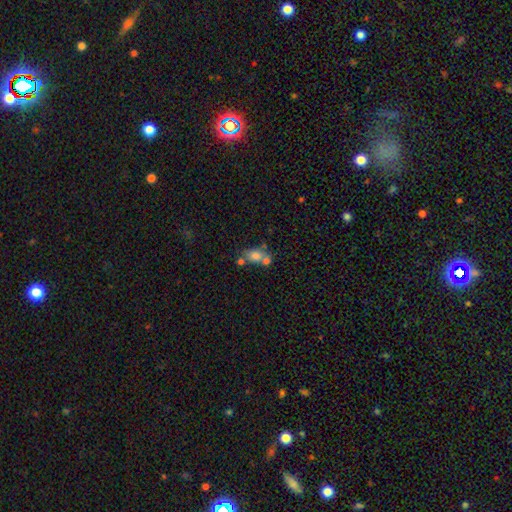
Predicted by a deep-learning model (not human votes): Q: Smooth or featured?
A: smooth (72%); runner-up: featured or disk (17%)
Q: How rounded?
A: in between (66%); runner-up: round (31%)
Q: Merging?
A: none (41%); runner-up: merger (39%)